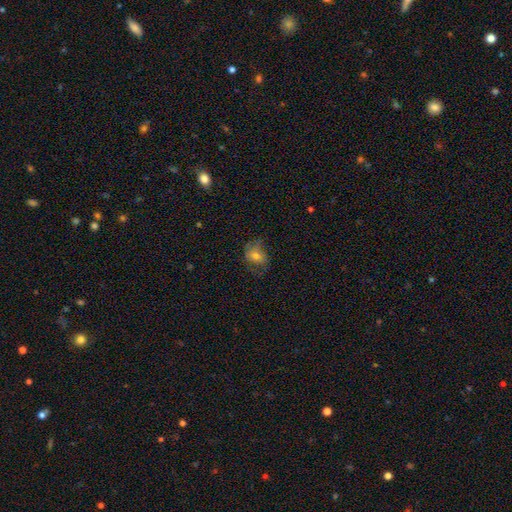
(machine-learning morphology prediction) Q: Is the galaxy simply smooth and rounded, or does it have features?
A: smooth — 64%.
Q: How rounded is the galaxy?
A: in between — 59%.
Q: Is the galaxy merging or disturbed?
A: none — 51%.